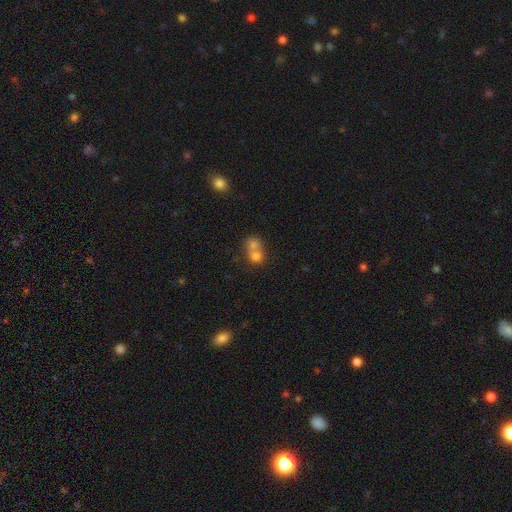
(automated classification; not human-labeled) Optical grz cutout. It shows a smooth galaxy with no disk features (72%) that is round (69%). Merging: merger (70%).